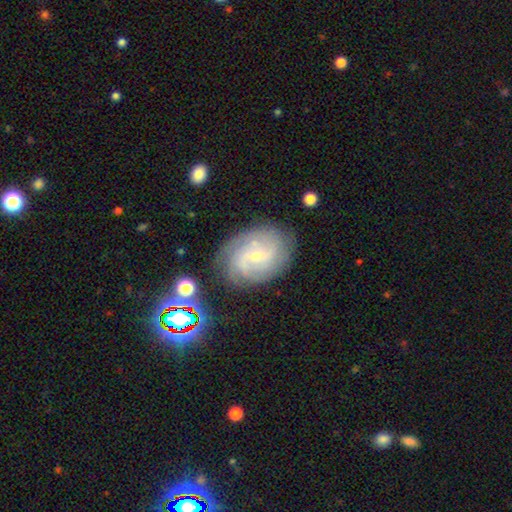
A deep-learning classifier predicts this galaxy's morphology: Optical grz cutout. It shows a featured or disk galaxy (79%) with a weak bar (47%), tight (53%) spiral arms (94%) and a small central bulge (76%). Merging: none (76%).